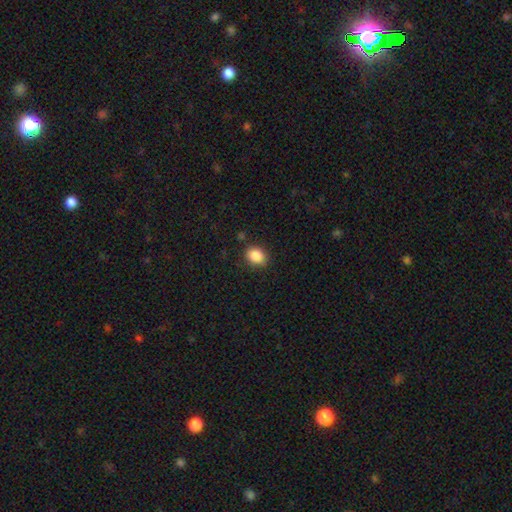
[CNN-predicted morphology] This appears to be a smooth galaxy with no disk features (87%) that is in between round and cigar-shaped (55%). Merging: none (85%).